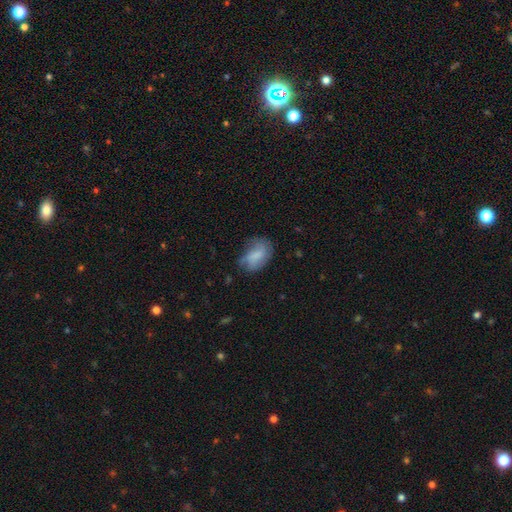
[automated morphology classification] A smooth galaxy with no disk features (69%) that is in between round and cigar-shaped (86%).

Vote fractions:
- Smooth or featured? smooth: 69% / featured or disk: 23% / star or artifact: 8%
- How rounded? in between: 86% / round: 13% / cigar-shaped: 2%
- Merging? none: 49% / minor disturbance: 33% / major disturbance: 16% / merger: 2%